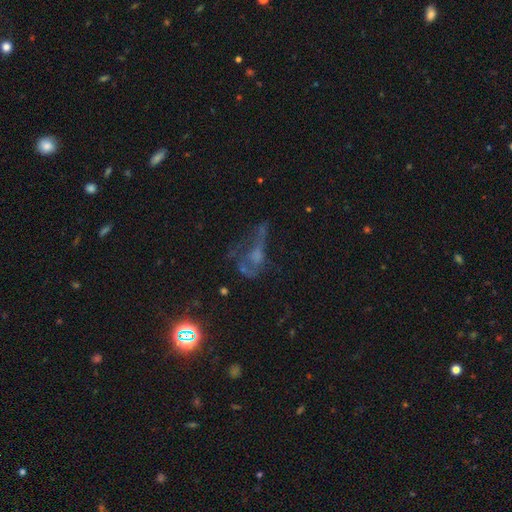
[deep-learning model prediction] The model was most divided on "merging": major disturbance: 45%, none: 30%, minor disturbance: 14%, merger: 10%. Remaining: smooth or featured — featured or disk (46%).